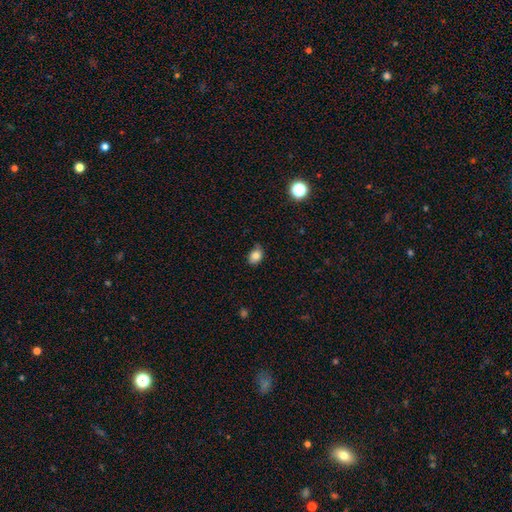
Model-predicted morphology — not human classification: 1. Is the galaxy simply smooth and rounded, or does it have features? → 81% smooth, 10% star or artifact, 9% featured or disk.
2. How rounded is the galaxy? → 74% in between, 25% round, 1% cigar-shaped.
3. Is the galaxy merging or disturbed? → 69% none, 25% minor disturbance, 4% major disturbance, 2% merger.